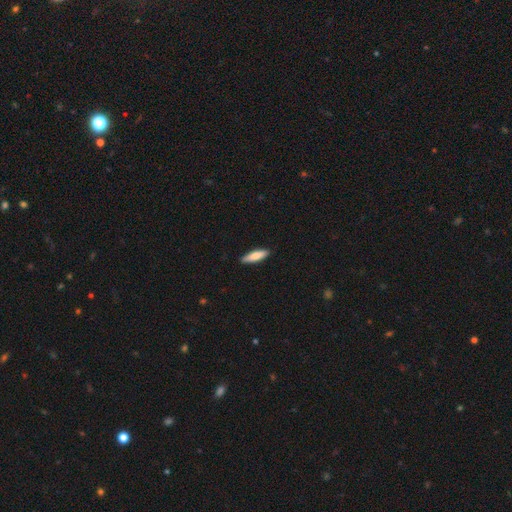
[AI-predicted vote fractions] This is clearly a smooth galaxy (81%). How rounded: likely cigar-shaped (65%). Merging: clearly none (89%).